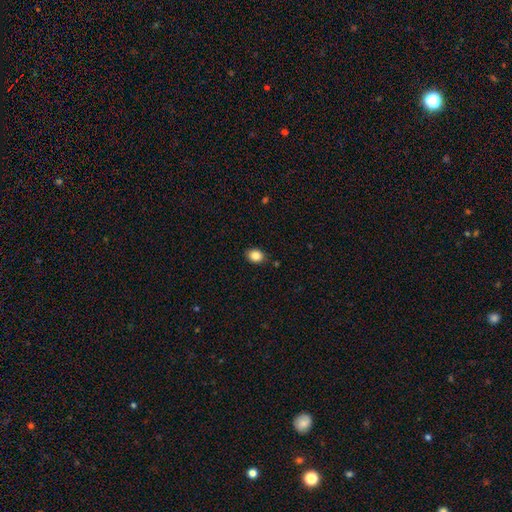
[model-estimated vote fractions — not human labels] Smooth or featured: smooth — 85% (star or artifact — 9%)
How rounded: in between — 59% (round — 40%)
Merging: none — 86% (minor disturbance — 10%)